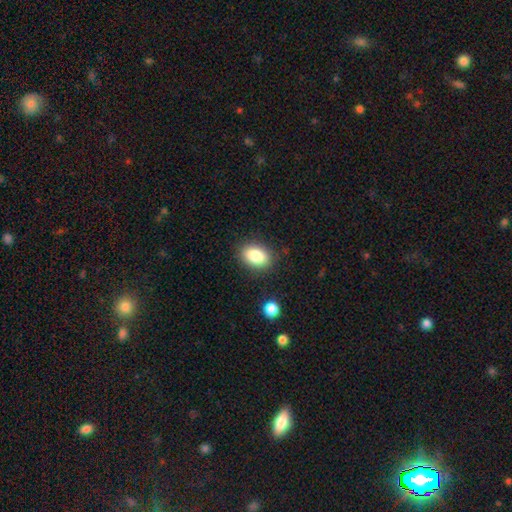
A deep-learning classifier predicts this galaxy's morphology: smooth_or_featured: smooth (p=0.84) [alt: star or artifact p=0.08]
how_rounded: in between (p=0.83) [alt: round p=0.15]
merging: none (p=0.86) [alt: minor disturbance p=0.09]